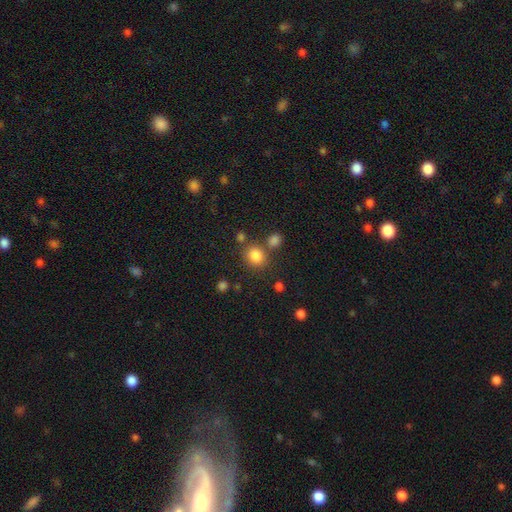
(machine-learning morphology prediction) Overall: smooth (82%). How rounded: round (68%; in between 31%). Merging: none (70%).